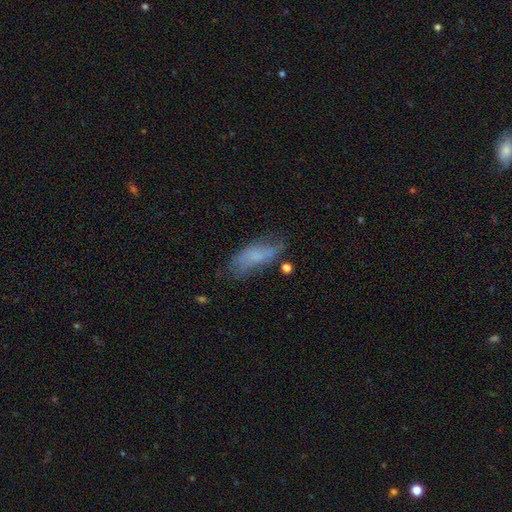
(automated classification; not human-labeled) This is likely a smooth galaxy (60%). How rounded: likely in between (70%). Merging: possibly none (49%).